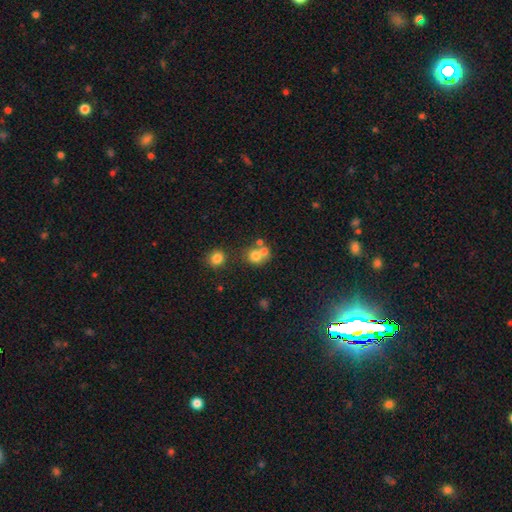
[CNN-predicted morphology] This appears to be a smooth galaxy with no disk features (70%) that is round (78%). Merging: merger (50%).